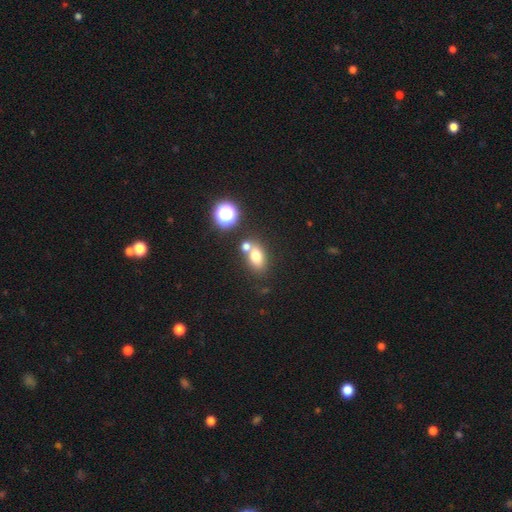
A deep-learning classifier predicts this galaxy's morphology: Smooth or featured? smooth (73%)
How rounded? in between (73%)
Merging? none (52%)